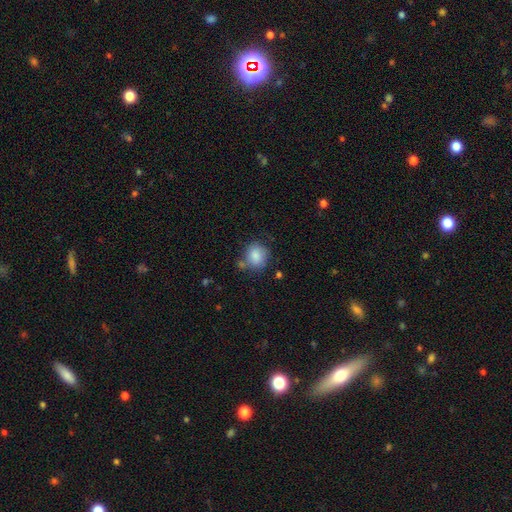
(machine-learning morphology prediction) smooth 84%, star or artifact 8%, featured or disk 7%. Down the decision tree: how rounded — round (76%); merging — none (66%).